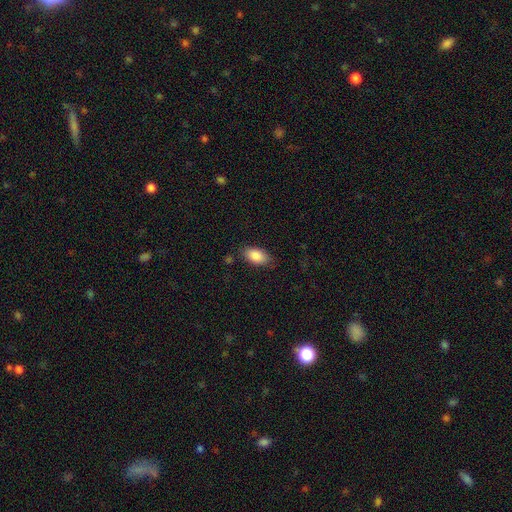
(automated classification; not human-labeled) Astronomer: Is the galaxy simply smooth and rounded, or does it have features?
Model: smooth — 87%.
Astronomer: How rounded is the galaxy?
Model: in between — 93%.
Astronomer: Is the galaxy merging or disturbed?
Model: none — 81%.